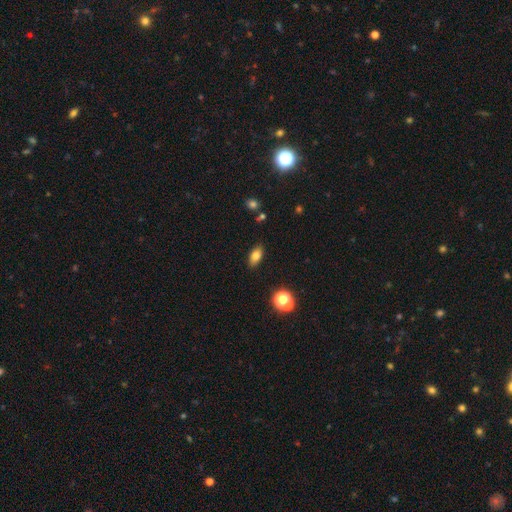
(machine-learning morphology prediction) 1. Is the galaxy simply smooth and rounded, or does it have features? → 78% smooth, 11% star or artifact, 10% featured or disk.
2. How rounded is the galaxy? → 88% in between, 7% round, 5% cigar-shaped.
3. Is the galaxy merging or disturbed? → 86% none, 9% minor disturbance, 3% major disturbance, 2% merger.